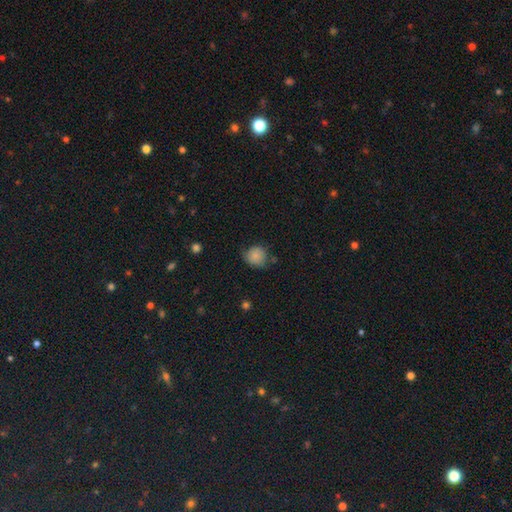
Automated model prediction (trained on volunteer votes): Morphology: type=smooth (84%); roundness=round (85%); merging=none (69%).